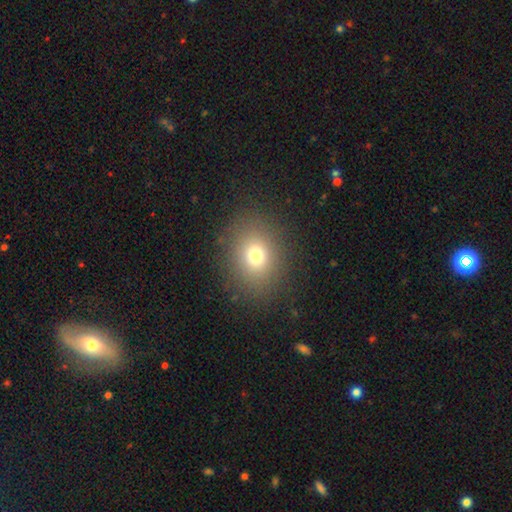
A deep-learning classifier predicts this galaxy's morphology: smooth_or_featured: smooth (p=0.73) [alt: star or artifact p=0.16]
how_rounded: round (p=0.61) [alt: in between p=0.38]
merging: none (p=0.86) [alt: minor disturbance p=0.08]